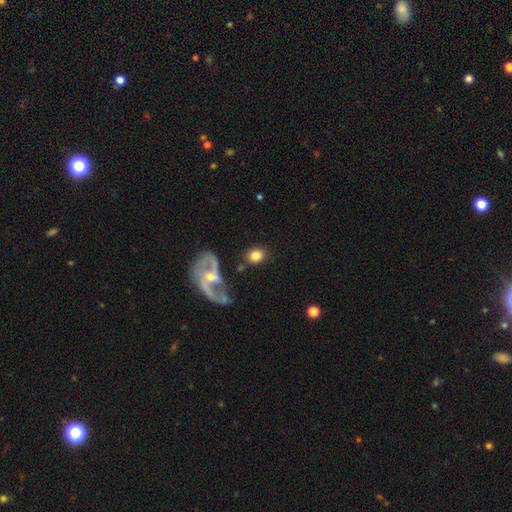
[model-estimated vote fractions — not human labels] Overall: smooth (75%). How rounded: round (53%; in between 45%). Merging: none (78%).